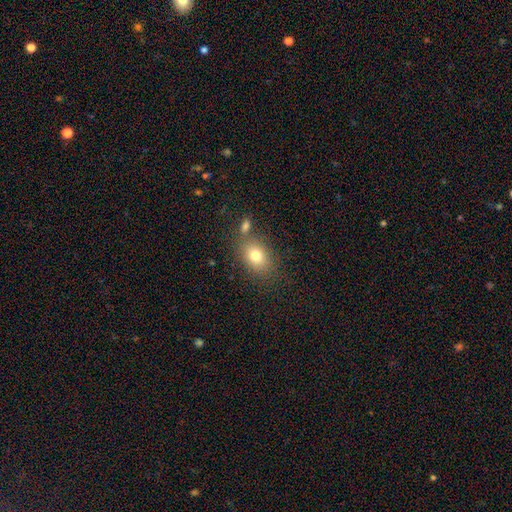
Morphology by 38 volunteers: Smooth or featured? 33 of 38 (87%) said smooth. How rounded? 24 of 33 (73%) said in between. Merging? 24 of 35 (69%) said none.